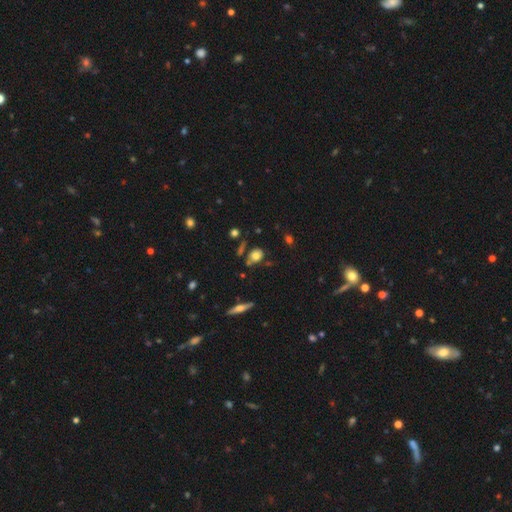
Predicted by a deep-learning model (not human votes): The model was most divided on "how rounded" (2-way tie): in between: 48%, round: 48%, cigar-shaped: 4%. More confident: smooth or featured — smooth (71%); merging — none (65%).